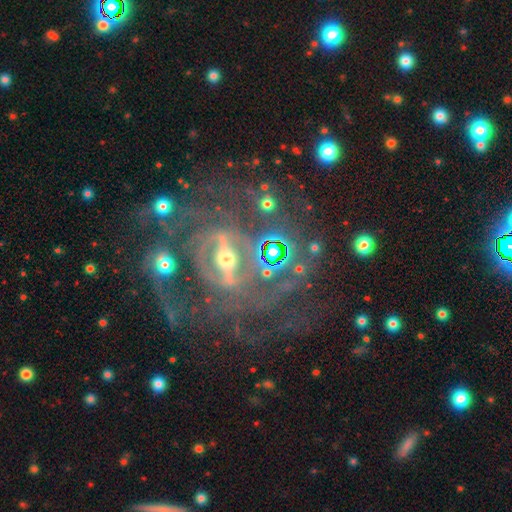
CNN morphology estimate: Smooth or featured? featured or disk (83%)
Edge-on disk? no (95%)
Bar? strong (43%)
Spiral arms? yes (88%)
Spiral winding? tight (62%)
Spiral arm count? can't tell (39%)
Bulge size? small (54%)
Merging? none (58%)